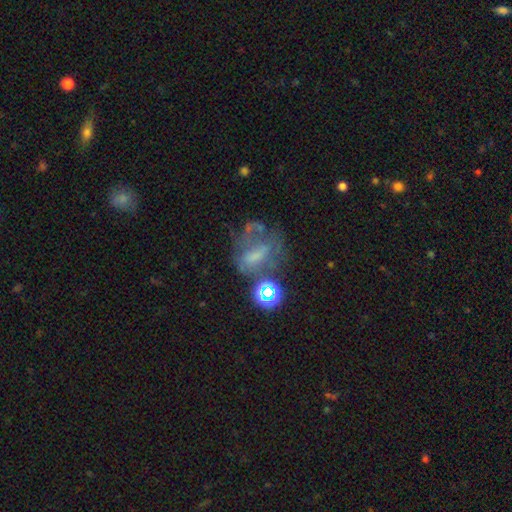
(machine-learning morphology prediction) Q: Smooth or featured?
A: featured or disk (45%); runner-up: smooth (30%)
Q: Merging?
A: none (34%); runner-up: major disturbance (33%)